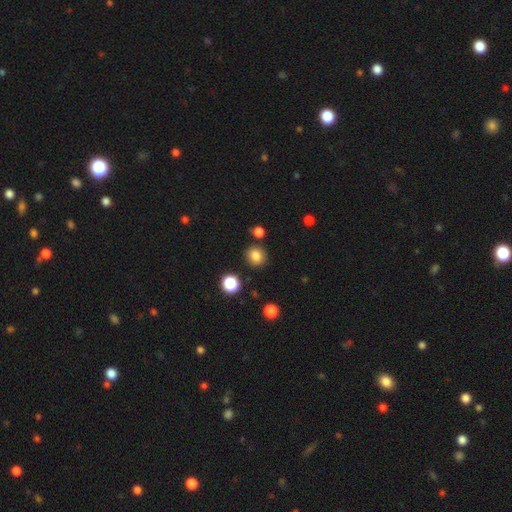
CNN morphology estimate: smooth-or-featured: smooth: 83% | star or artifact: 12% | featured or disk: 5%
  how-rounded: round: 84% | in between: 15% | cigar-shaped: 1%
  merging: none: 85% | minor disturbance: 8% | merger: 4% | major disturbance: 3%